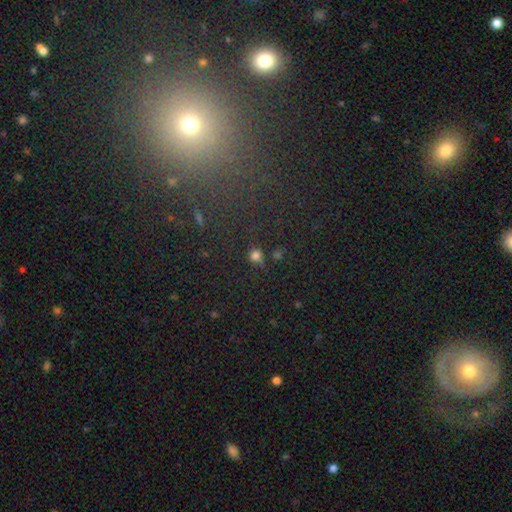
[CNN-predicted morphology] A smooth galaxy with no disk features (68%) that is round (86%).

Vote fractions:
- Smooth or featured? smooth: 68% / star or artifact: 24% / featured or disk: 8%
- How rounded? round: 86% / in between: 12% / cigar-shaped: 2%
- Merging? none: 64% / minor disturbance: 16% / major disturbance: 10% / merger: 9%